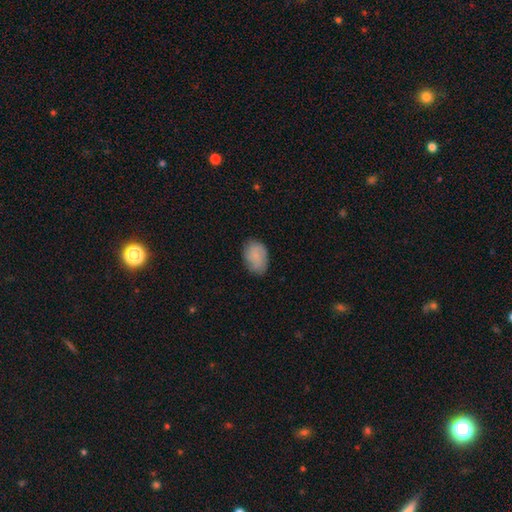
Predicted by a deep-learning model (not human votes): Smooth or featured?
  - smooth: 75% *
  - featured or disk: 17%
  - star or artifact: 8%
How rounded?
  - in between: 82% *
  - round: 17%
  - cigar-shaped: 1%
Merging?
  - none: 76% *
  - minor disturbance: 19%
  - major disturbance: 4%
  - merger: 1%